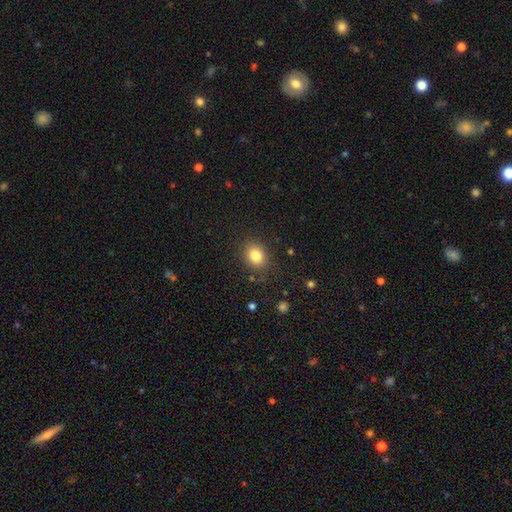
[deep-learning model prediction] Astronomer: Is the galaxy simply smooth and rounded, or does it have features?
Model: smooth — 82%.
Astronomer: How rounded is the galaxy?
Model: round — 53% (runner-up: in between, 46%).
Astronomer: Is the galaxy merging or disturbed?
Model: none — 84%.